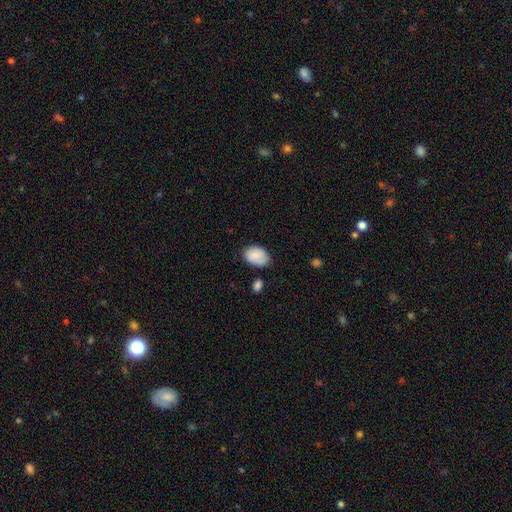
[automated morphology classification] This is clearly a smooth galaxy (82%). How rounded: clearly in between (83%). Merging: likely none (65%).